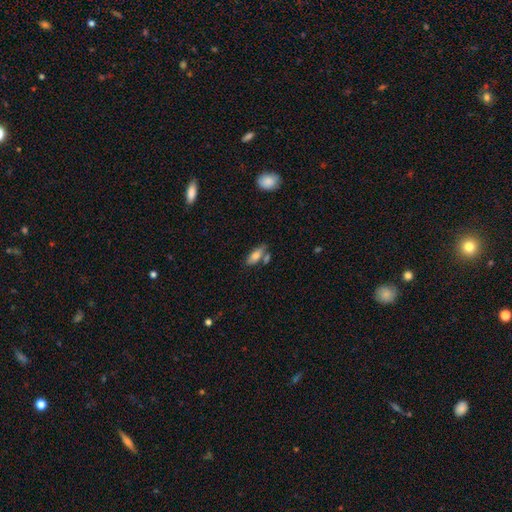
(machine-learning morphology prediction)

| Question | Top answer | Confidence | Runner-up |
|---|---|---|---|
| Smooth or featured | smooth | 77% | featured or disk (16%) |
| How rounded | in between | 80% | cigar-shaped (17%) |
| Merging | none | 57% | merger (22%) |